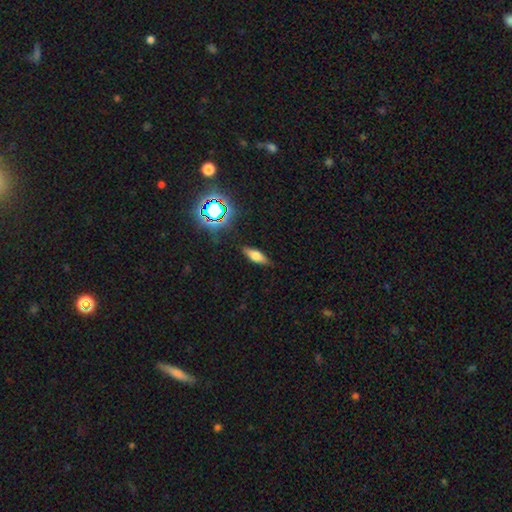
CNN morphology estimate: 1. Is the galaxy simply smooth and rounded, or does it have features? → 55% smooth, 31% featured or disk, 14% star or artifact.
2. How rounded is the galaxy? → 59% in between, 36% cigar-shaped, 4% round.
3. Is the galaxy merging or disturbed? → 83% none, 12% minor disturbance, 3% major disturbance, 2% merger.